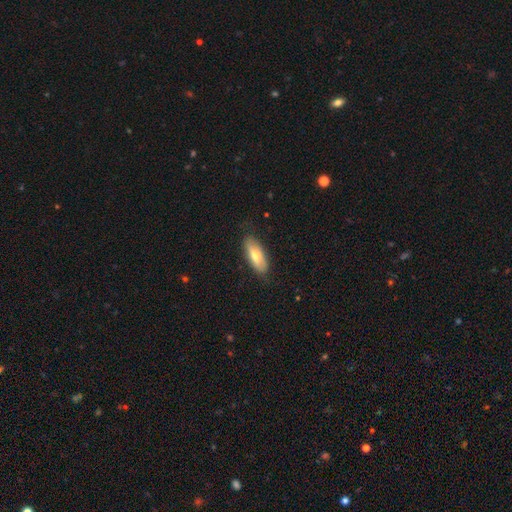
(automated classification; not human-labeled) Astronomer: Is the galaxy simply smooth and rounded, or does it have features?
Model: smooth — 69%.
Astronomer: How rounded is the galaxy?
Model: in between — 78%.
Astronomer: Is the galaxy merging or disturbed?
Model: none — 82%.